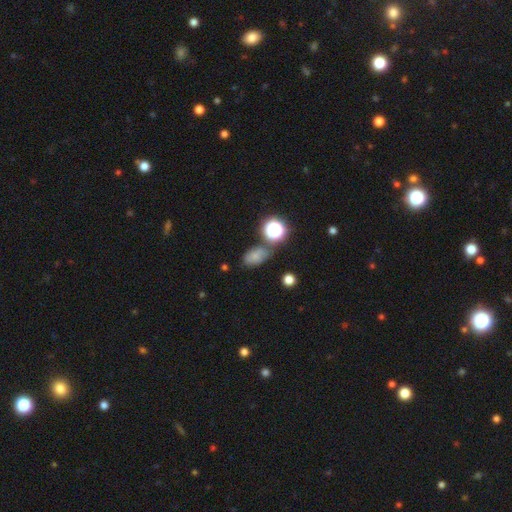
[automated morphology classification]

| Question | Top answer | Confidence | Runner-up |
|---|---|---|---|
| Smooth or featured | smooth | 63% | star or artifact (23%) |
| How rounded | in between | 77% | round (21%) |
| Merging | none | 62% | minor disturbance (20%) |